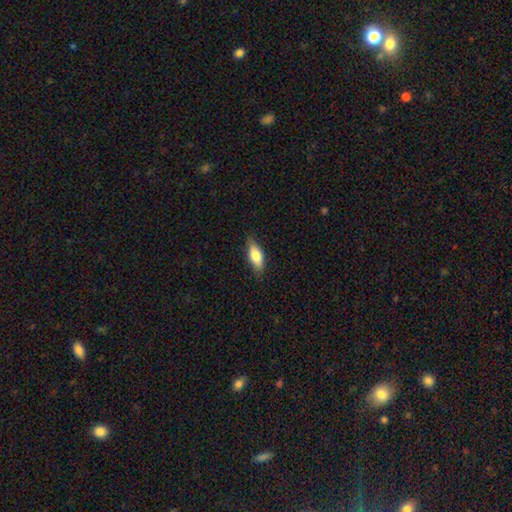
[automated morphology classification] This appears to be a smooth galaxy with no disk features (76%) that is in between round and cigar-shaped (79%). Merging: none (82%).